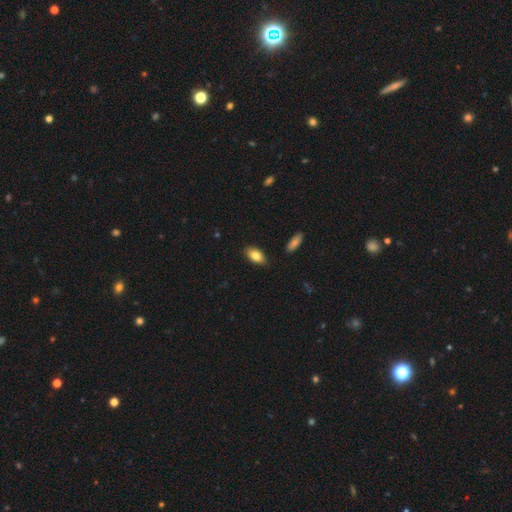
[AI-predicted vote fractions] This appears to be a smooth galaxy with no disk features (82%) that is in between round and cigar-shaped (92%). Merging: none (87%).